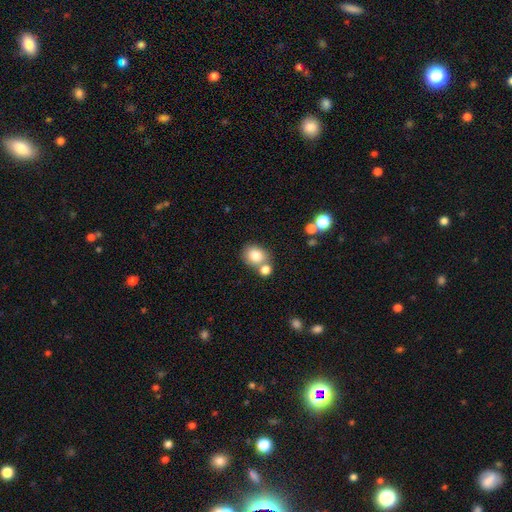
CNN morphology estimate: This appears to be a smooth galaxy with no disk features (81%) that is round (58%). Merging: none (54%).